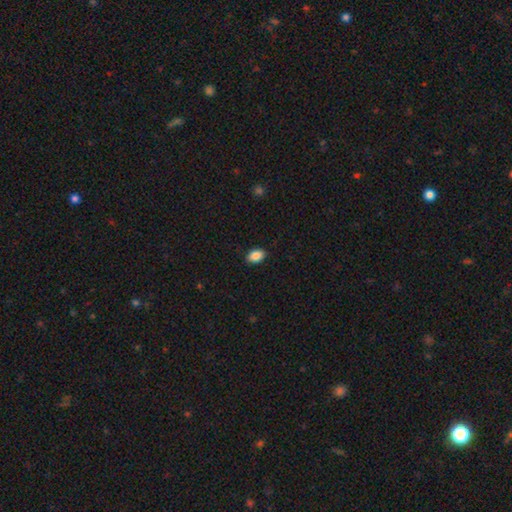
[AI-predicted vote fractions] smooth 87%, star or artifact 8%, featured or disk 4%. Down the decision tree: how rounded — in between (86%); merging — none (89%).